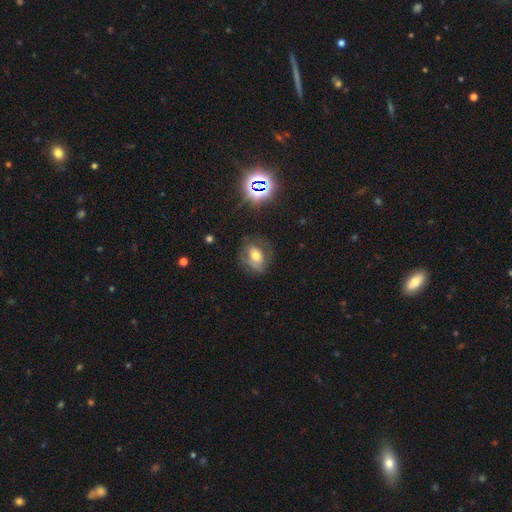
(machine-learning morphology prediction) This appears to be a smooth galaxy with no disk features (46%). Merging: none (64%).